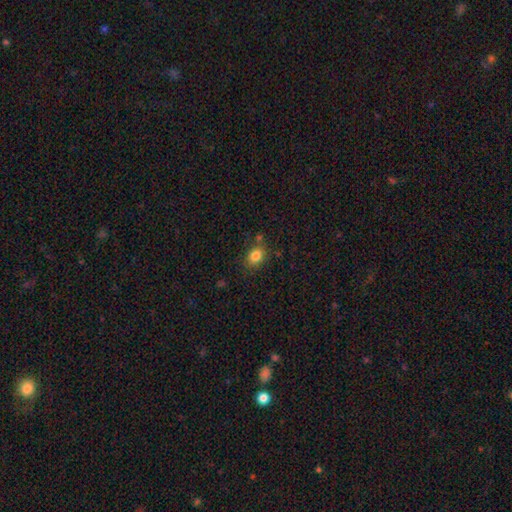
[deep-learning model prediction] This is clearly a smooth galaxy (83%). How rounded: possibly in between (56%). Merging: likely none (76%).